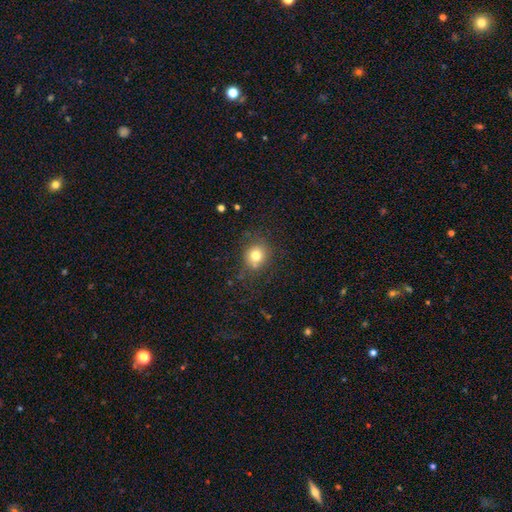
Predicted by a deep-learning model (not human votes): smooth_or_featured: smooth (p=0.76) [alt: star or artifact p=0.14]
how_rounded: round (p=0.81) [alt: in between p=0.18]
merging: none (p=0.75) [alt: minor disturbance p=0.14]